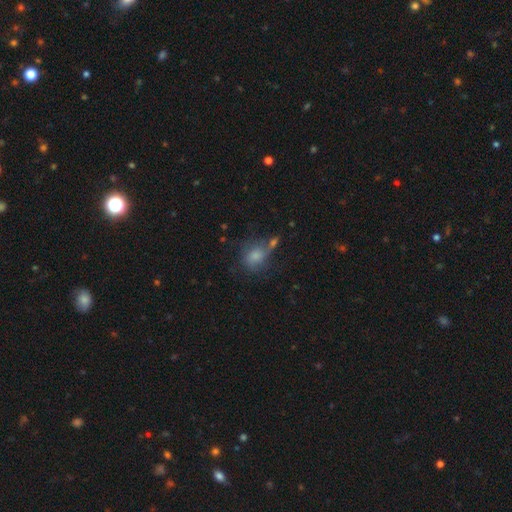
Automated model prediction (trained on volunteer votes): smooth 68%, featured or disk 21%, star or artifact 11%. Down the decision tree: how rounded — in between (51%); merging — none (39%).